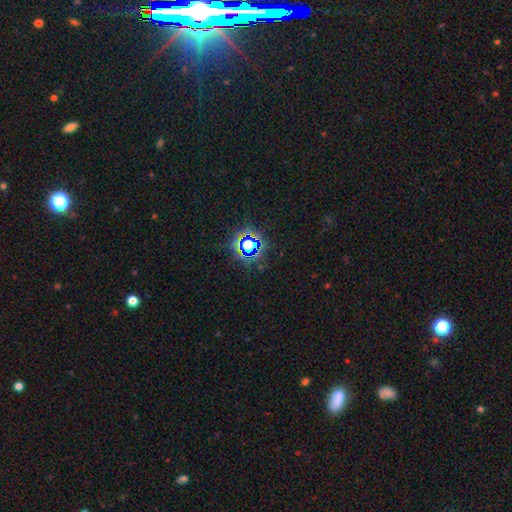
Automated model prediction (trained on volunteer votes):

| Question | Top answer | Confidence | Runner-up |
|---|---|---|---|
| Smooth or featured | star or artifact | 73% | smooth (19%) |